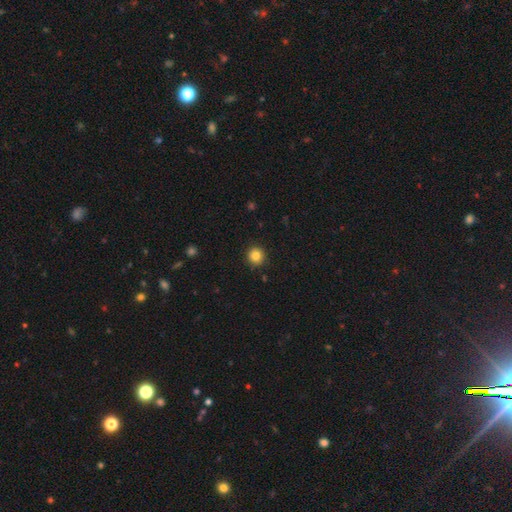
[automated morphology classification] A smooth galaxy with no disk features (84%) that is round (94%). Merging: none (91%).